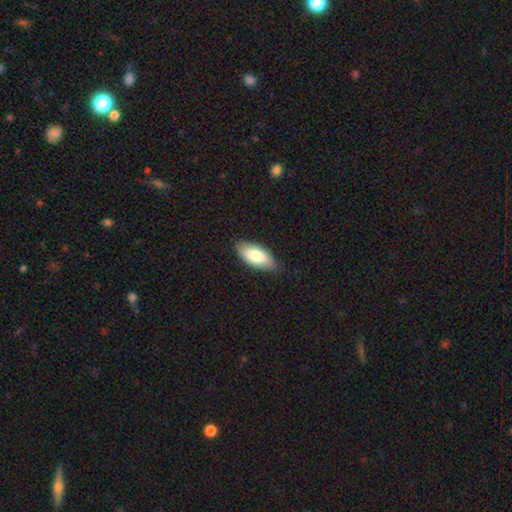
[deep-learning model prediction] This appears to be a smooth galaxy with no disk features (79%) that is in between round and cigar-shaped (90%). Merging: none (83%).